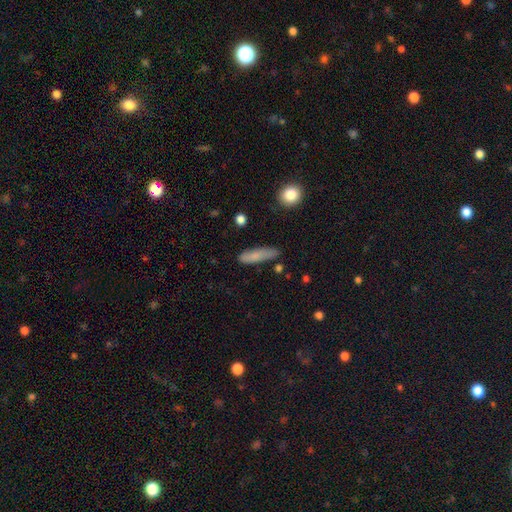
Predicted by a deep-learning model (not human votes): The model was most divided on "how rounded": cigar-shaped: 72%, in between: 25%, round: 2%. More confident: smooth or featured — smooth (78%); merging — none (75%).